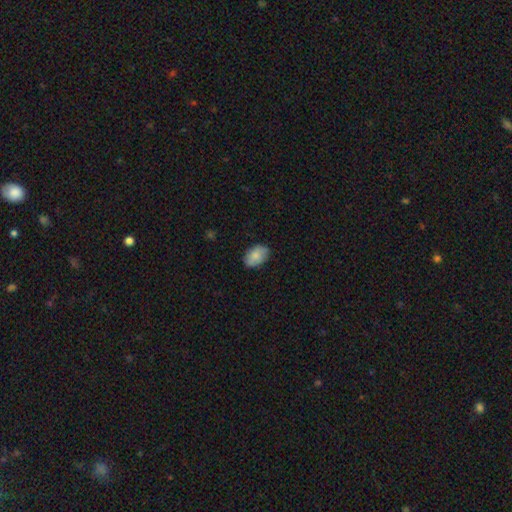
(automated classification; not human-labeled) This is clearly a smooth galaxy (82%). How rounded: clearly in between (88%). Merging: clearly none (82%).